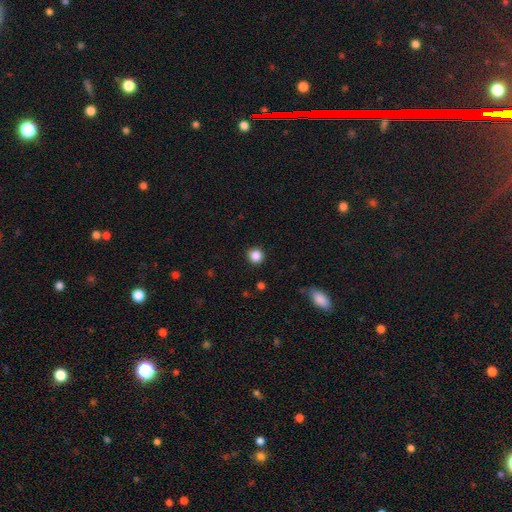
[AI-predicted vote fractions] Smooth or featured? smooth (87%)
How rounded? round (93%)
Merging? none (90%)